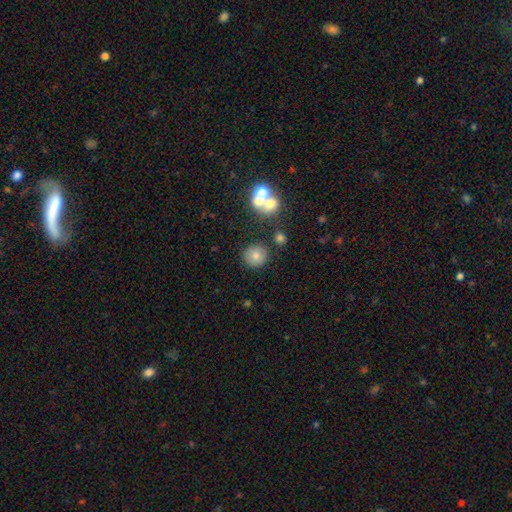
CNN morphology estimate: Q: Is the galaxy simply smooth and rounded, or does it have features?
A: smooth — 75%.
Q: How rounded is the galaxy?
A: round — 92%.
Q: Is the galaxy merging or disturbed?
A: none — 81%.